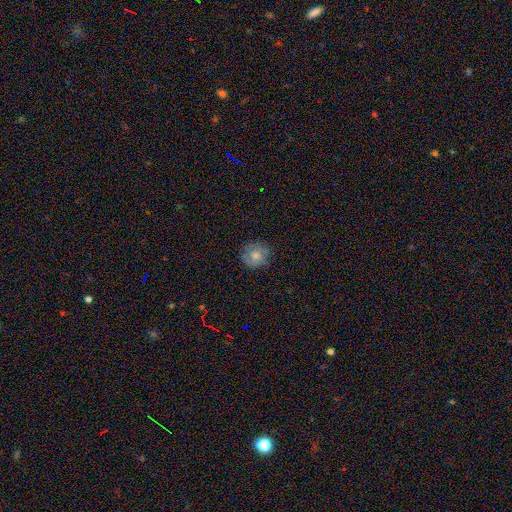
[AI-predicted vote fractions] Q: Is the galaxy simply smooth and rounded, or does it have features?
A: smooth — 68%.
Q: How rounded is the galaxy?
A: round — 84%.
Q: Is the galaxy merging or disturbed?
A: none — 78%.